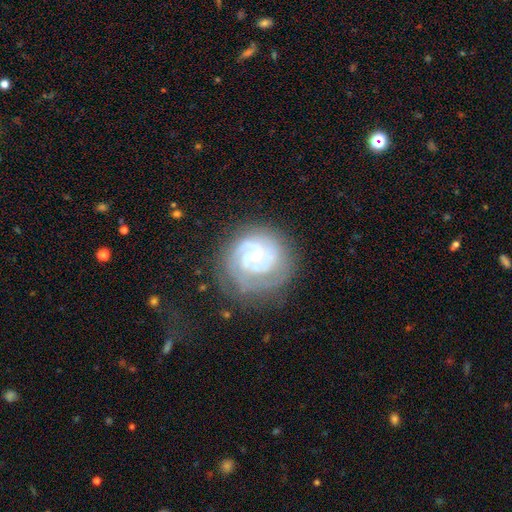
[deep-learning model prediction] Smooth or featured?
  - featured or disk: 83% *
  - smooth: 11%
  - star or artifact: 6%
Edge-on disk?
  - no: 98% *
  - yes: 2%
Bar?
  - no: 68% *
  - weak: 26%
  - strong: 7%
Spiral arms?
  - yes: 94% *
  - no: 6%
Spiral winding?
  - tight: 68% *
  - medium: 26%
  - loose: 6%
Spiral arm count?
  - 2: 38% *
  - can't tell: 23%
  - 3: 22%
  - 1: 7%
  - 4: 6%
  - more than 4: 4%
Bulge size?
  - small: 70% *
  - moderate: 24%
  - none: 3%
  - large: 2%
  - dominant: 1%
Merging?
  - none: 68% *
  - minor disturbance: 18%
  - major disturbance: 12%
  - merger: 3%